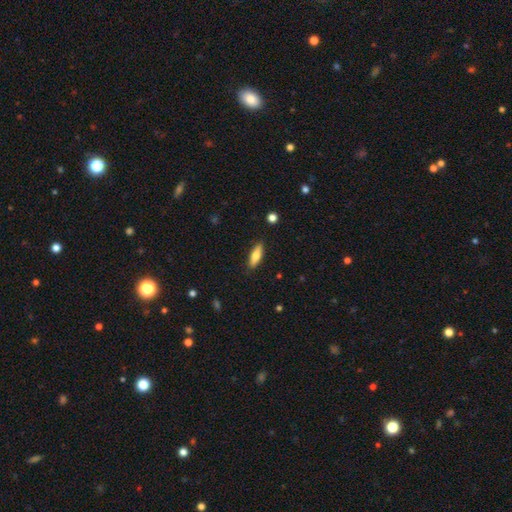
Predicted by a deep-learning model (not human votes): Smooth or featured? Predicted: smooth (p=0.70). How rounded? Predicted: cigar-shaped (p=0.51). Merging? Predicted: none (p=0.88).